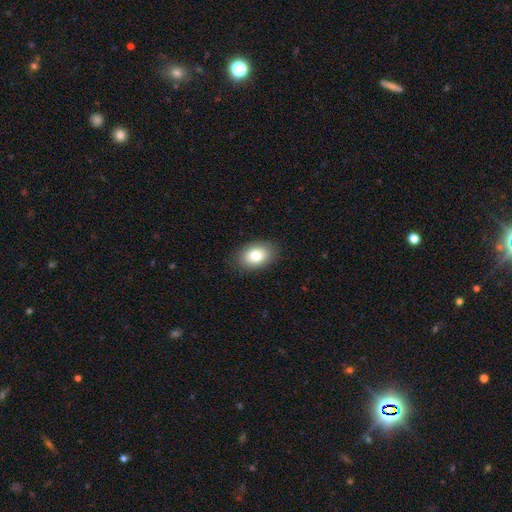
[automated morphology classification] This appears to be a smooth galaxy with no disk features (81%) that is in between round and cigar-shaped (81%). Merging: none (87%).